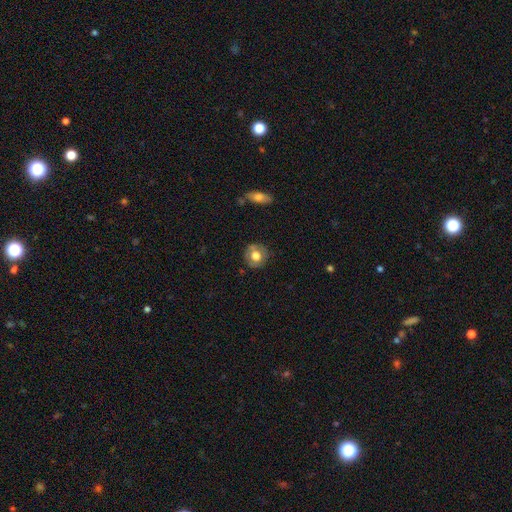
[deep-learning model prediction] A smooth galaxy with no disk features (64%) that is round (85%).

Vote fractions:
- Smooth or featured? smooth: 64% / featured or disk: 28% / star or artifact: 8%
- How rounded? round: 85% / in between: 14% / cigar-shaped: 1%
- Merging? none: 78% / minor disturbance: 16% / major disturbance: 4% / merger: 2%